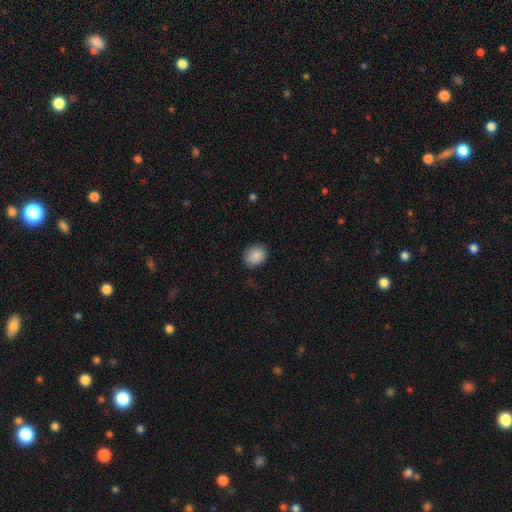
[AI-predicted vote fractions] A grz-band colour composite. It shows a smooth galaxy with no disk features (89%) that is round (54%). Merging: none (79%).